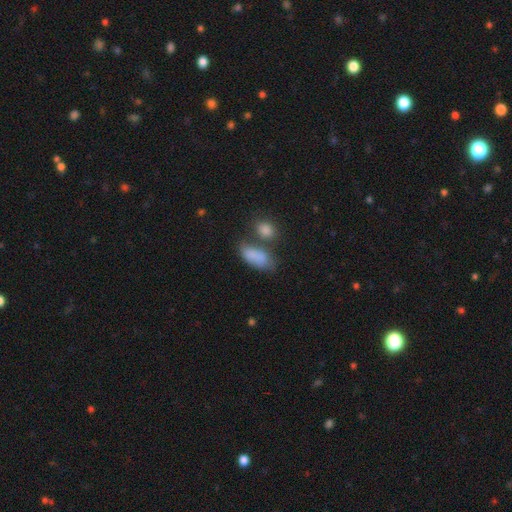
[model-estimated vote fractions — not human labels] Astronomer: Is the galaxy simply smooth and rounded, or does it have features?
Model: smooth — 82%.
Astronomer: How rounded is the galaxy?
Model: in between — 87%.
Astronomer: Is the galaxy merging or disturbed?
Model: none — 39% (runner-up: merger, 34%).